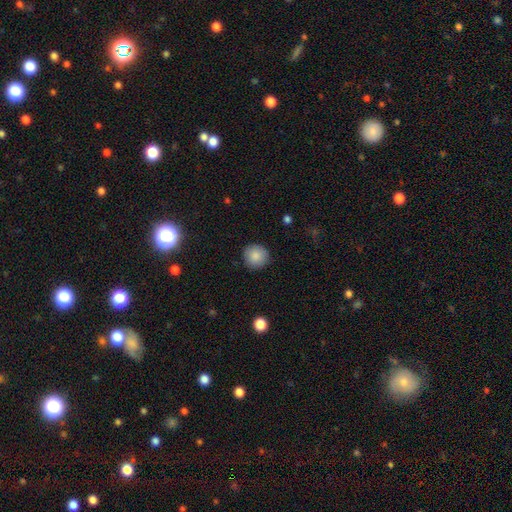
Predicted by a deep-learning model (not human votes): Overall: smooth (87%). How rounded: round (94%). Merging: none (90%).